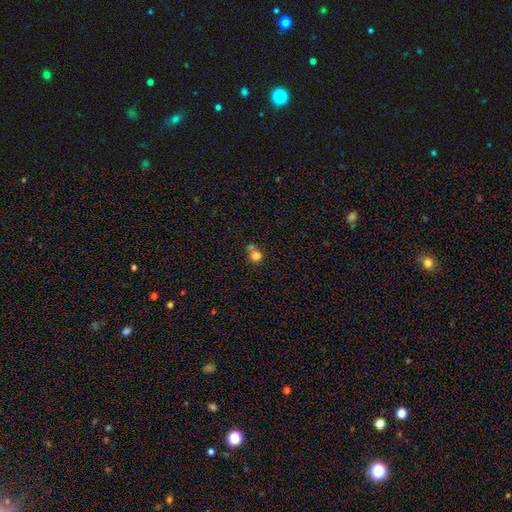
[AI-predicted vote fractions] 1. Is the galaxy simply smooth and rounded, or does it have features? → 80% smooth, 12% star or artifact, 8% featured or disk.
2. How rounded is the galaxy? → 84% round, 15% in between, 1% cigar-shaped.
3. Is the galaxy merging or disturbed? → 46% none, 40% merger, 9% minor disturbance, 4% major disturbance.